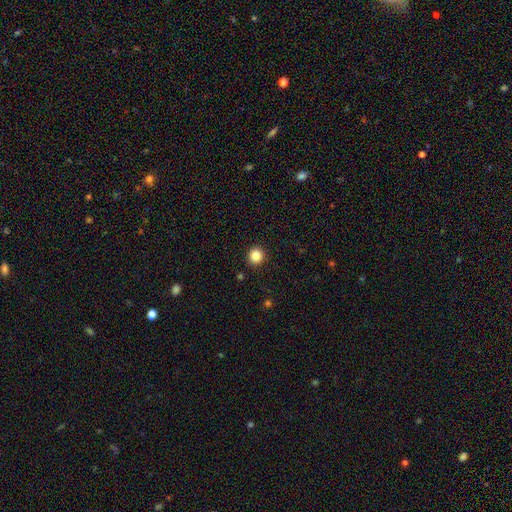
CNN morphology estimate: Smooth or featured? smooth (85%)
How rounded? round (92%)
Merging? none (93%)